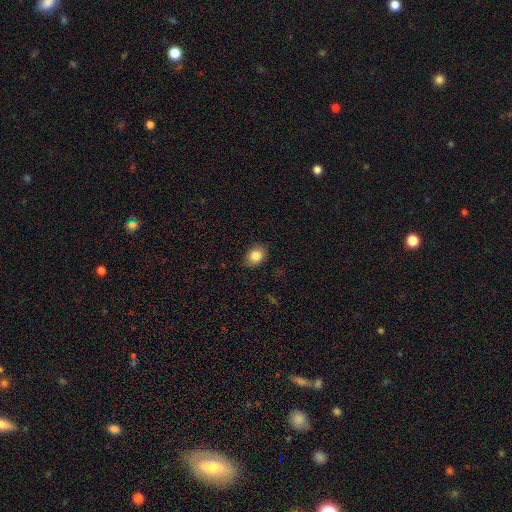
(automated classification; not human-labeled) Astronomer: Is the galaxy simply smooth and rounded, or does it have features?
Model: smooth — 83%.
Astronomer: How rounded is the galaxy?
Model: in between — 61% (runner-up: round, 38%).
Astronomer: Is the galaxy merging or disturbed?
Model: none — 85%.